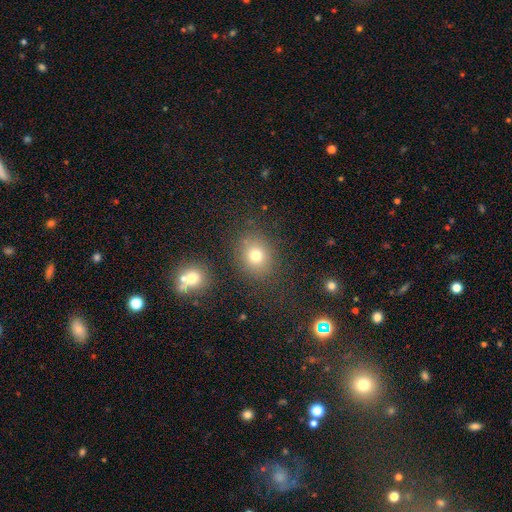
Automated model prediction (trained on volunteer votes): A smooth galaxy with no disk features (76%) that is round (69%). Merging: none (80%).